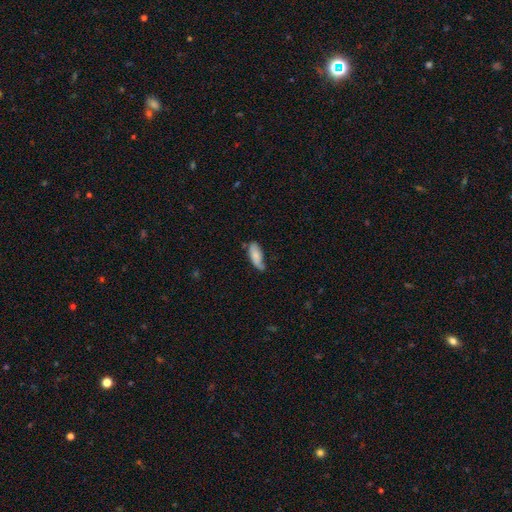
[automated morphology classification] Smooth or featured: smooth — 77% (featured or disk — 17%)
How rounded: in between — 76% (cigar-shaped — 22%)
Merging: none — 50% (minor disturbance — 37%)